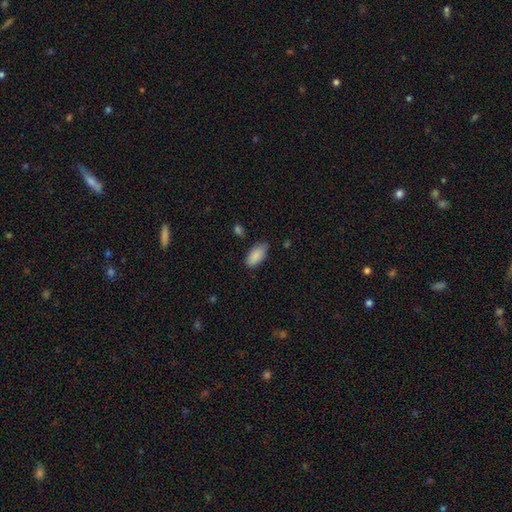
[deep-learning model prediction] Q: Smooth or featured?
A: smooth (88%); runner-up: star or artifact (6%)
Q: How rounded?
A: in between (92%); runner-up: cigar-shaped (6%)
Q: Merging?
A: none (74%); runner-up: minor disturbance (21%)